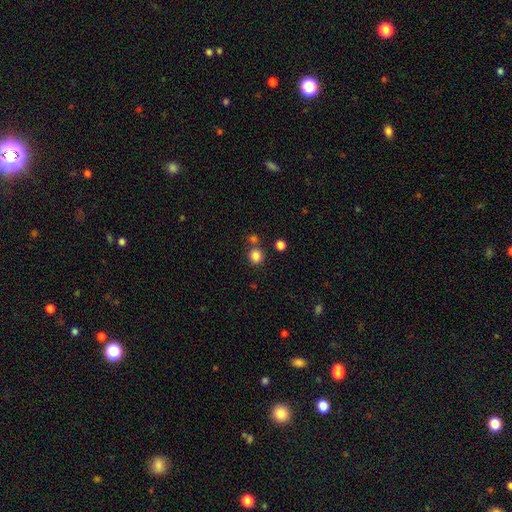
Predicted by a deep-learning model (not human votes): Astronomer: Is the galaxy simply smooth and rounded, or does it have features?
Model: smooth — 84%.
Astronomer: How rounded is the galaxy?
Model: round — 87%.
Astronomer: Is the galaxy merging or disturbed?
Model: none — 74%.